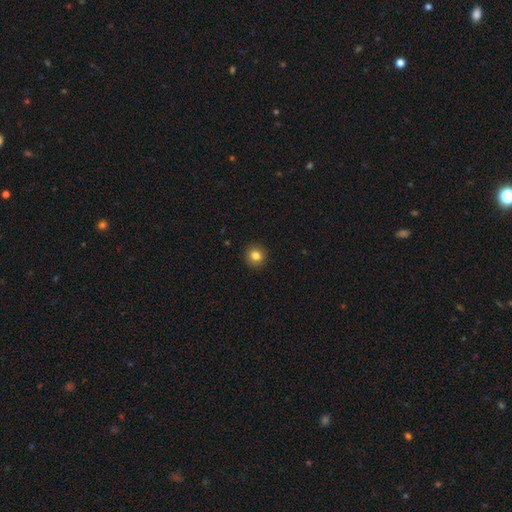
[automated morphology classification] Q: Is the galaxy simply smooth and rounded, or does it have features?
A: smooth — 83%.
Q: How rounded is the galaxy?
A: round — 91%.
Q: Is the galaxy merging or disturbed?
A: none — 92%.